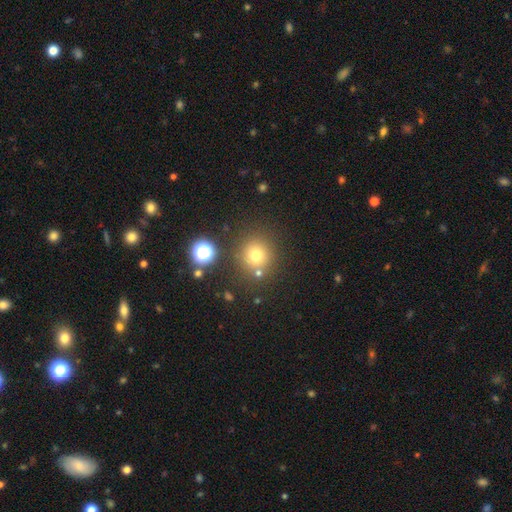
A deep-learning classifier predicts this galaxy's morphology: smooth 72%, star or artifact 19%, featured or disk 9%. Down the decision tree: how rounded — round (93%); merging — none (81%).